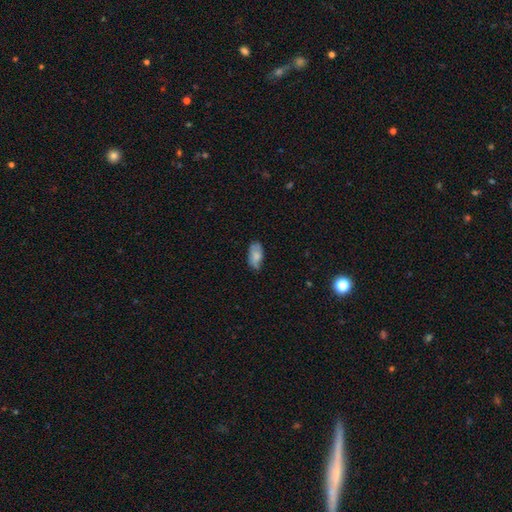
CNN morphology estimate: This is likely a smooth galaxy (76%). How rounded: clearly in between (92%). Merging: likely none (63%).